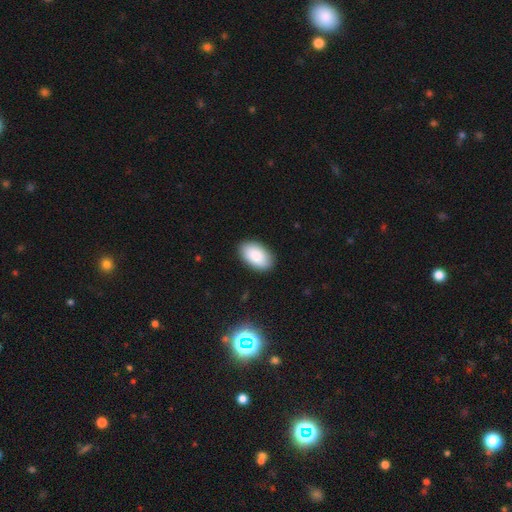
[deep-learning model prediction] Overall: smooth (87%). How rounded: in between (95%). Merging: none (88%).